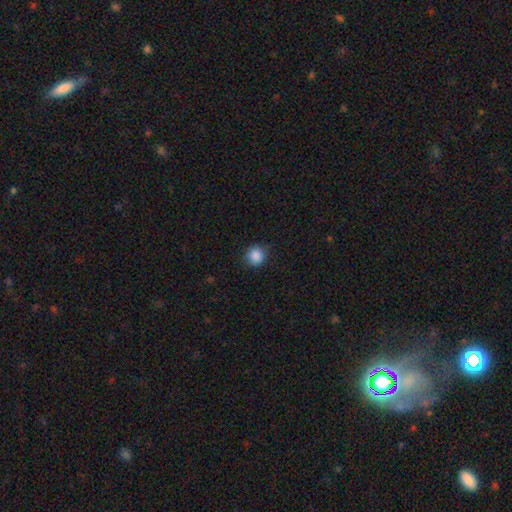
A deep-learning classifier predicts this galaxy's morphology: This appears to be a smooth galaxy with no disk features (87%) that is round (91%). Merging: none (87%).